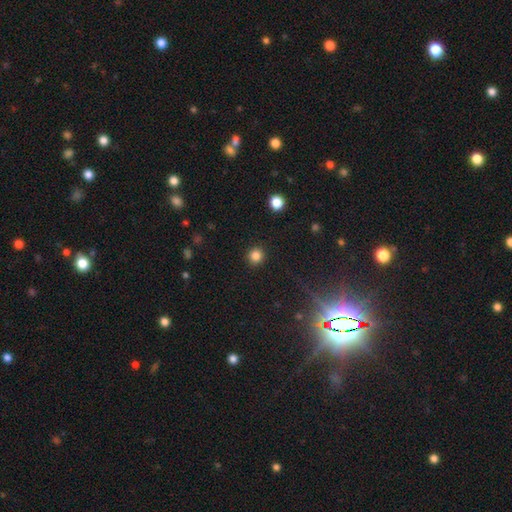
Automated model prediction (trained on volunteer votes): This is clearly a smooth galaxy (84%). How rounded: clearly round (92%). Merging: clearly none (91%).